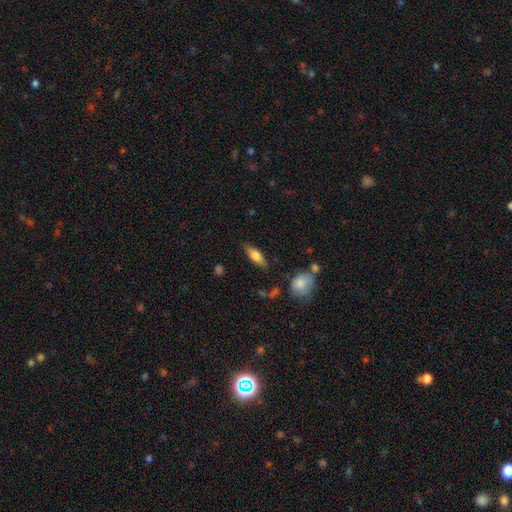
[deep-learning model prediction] Smooth or featured? Predicted: smooth (p=0.67). How rounded? Predicted: in between (p=0.65). Merging? Predicted: none (p=0.80).